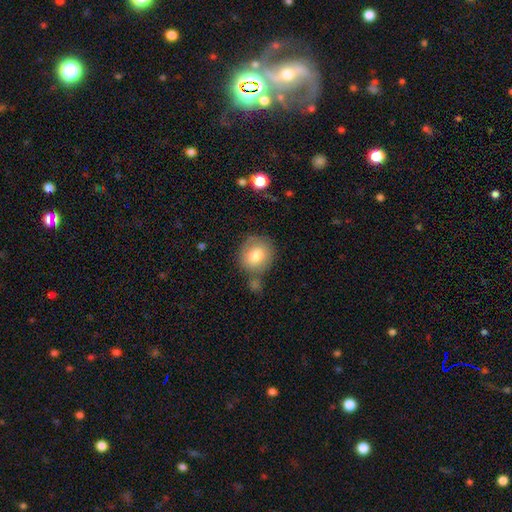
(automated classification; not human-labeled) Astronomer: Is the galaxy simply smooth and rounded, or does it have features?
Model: smooth — 80%.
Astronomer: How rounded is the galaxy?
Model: round — 81%.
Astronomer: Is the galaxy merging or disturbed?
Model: none — 63%.